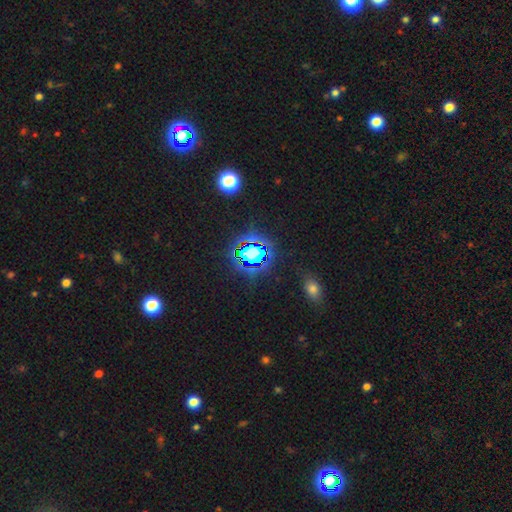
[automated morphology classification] Overall: star or artifact (75%).